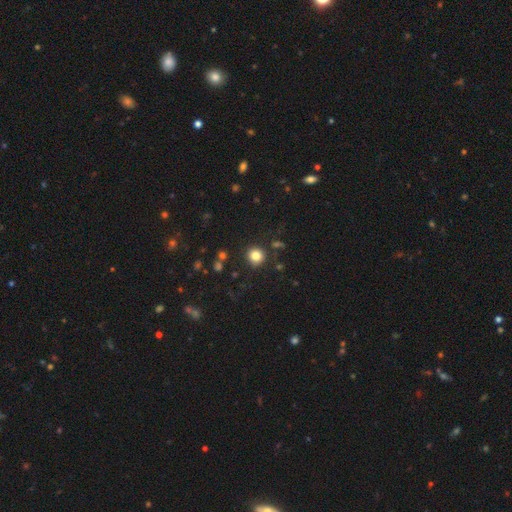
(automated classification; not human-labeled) Smooth or featured: smooth — 82% (star or artifact — 12%)
How rounded: round — 92% (in between — 7%)
Merging: none — 88% (minor disturbance — 7%)